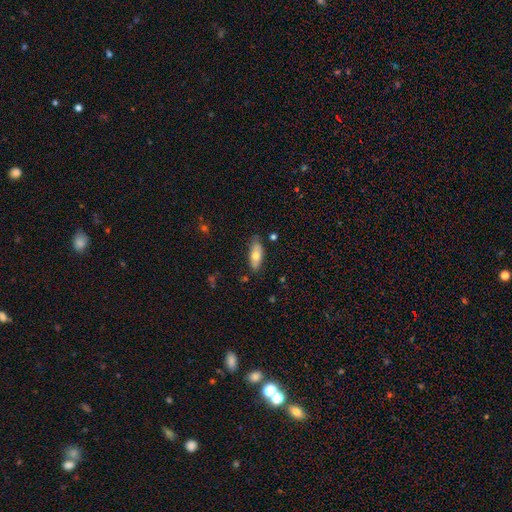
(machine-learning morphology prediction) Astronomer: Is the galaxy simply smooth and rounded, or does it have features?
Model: smooth — 66%.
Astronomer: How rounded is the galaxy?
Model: in between — 77%.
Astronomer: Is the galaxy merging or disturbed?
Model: none — 78%.